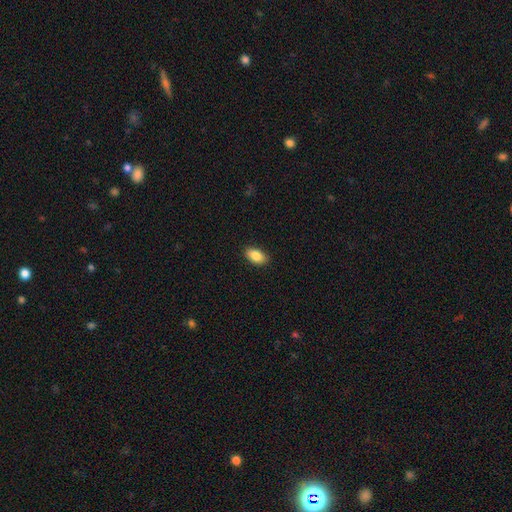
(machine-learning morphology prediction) Smooth or featured? smooth (85%)
How rounded? in between (91%)
Merging? none (89%)